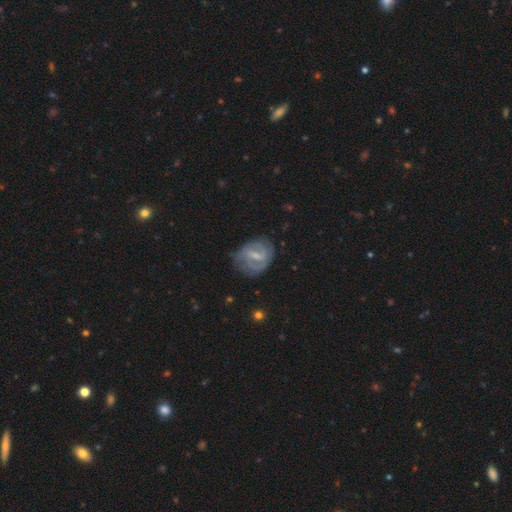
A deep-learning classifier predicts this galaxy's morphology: Overall: featured or disk (77%). Edge-on disk: no (97%). Bar: weak (54%; strong 33%). Spiral arms: yes (88%). Spiral arm count: 2 (62%). Spiral winding: tight (44%; medium 41%). Bulge size: small (51%; moderate 31%). Merging: none (66%).